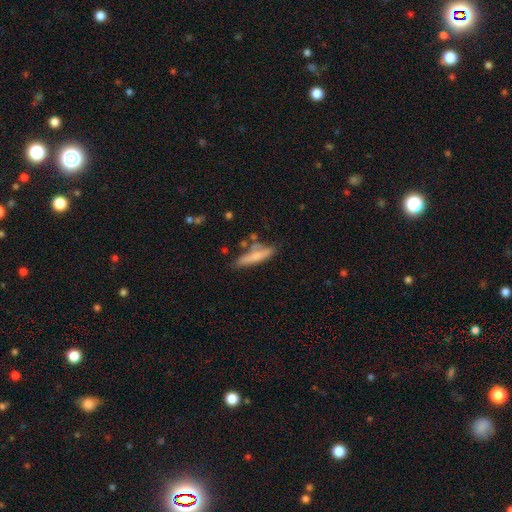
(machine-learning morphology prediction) type=smooth (65%); roundness=cigar-shaped (81%); merging=none (64%).